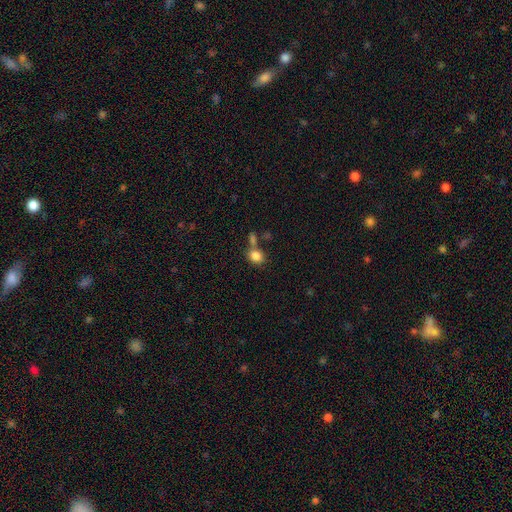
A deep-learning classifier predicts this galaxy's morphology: A smooth galaxy with no disk features (84%) that is round (53%).

Vote fractions:
- Smooth or featured? smooth: 84% / star or artifact: 10% / featured or disk: 6%
- How rounded? round: 53% / in between: 46% / cigar-shaped: 1%
- Merging? none: 53% / merger: 28% / minor disturbance: 13% / major disturbance: 6%